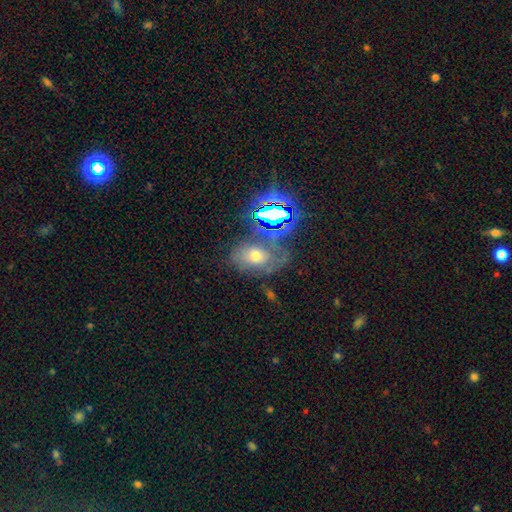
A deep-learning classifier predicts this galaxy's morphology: This appears to be a smooth galaxy with no disk features (37%). Merging: none (53%).